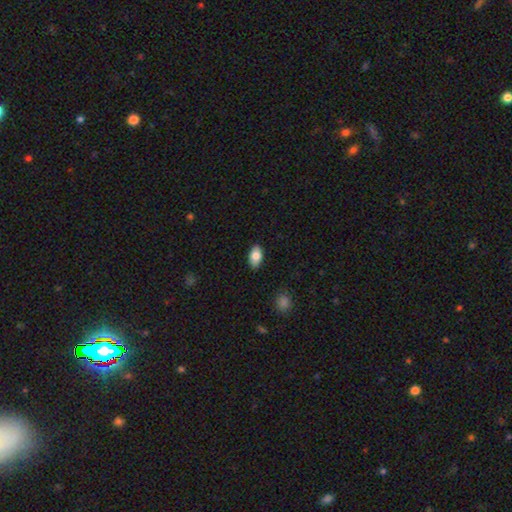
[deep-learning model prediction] Smooth or featured: smooth — 81% (featured or disk — 12%)
How rounded: in between — 93% (round — 5%)
Merging: none — 87% (minor disturbance — 10%)